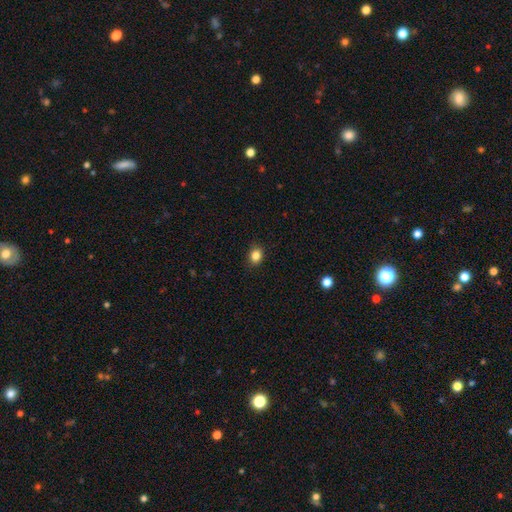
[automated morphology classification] Smooth or featured? Predicted: smooth (p=0.85). How rounded? Predicted: in between (p=0.51). Merging? Predicted: none (p=0.89).